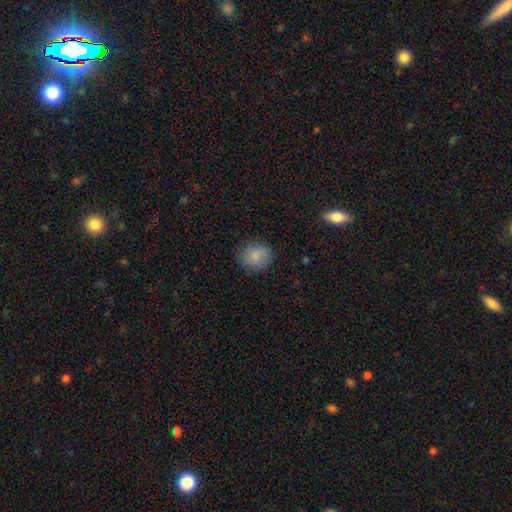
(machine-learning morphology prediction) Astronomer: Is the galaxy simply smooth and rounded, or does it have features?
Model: smooth — 83%.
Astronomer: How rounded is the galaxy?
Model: round — 77%.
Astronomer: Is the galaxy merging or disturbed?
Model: none — 83%.